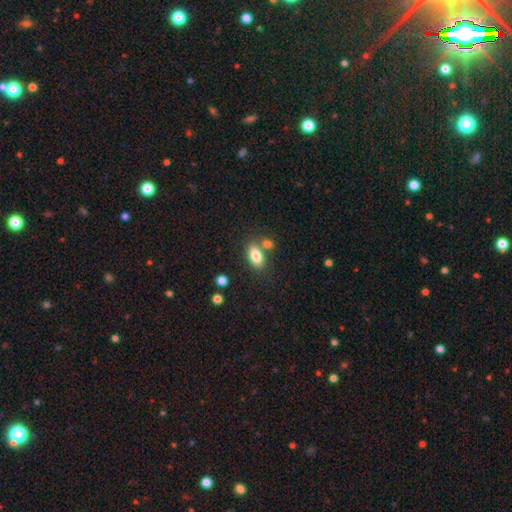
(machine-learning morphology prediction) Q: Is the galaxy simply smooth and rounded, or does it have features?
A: smooth — 81%.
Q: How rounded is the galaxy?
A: in between — 88%.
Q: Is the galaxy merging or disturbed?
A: none — 63%.